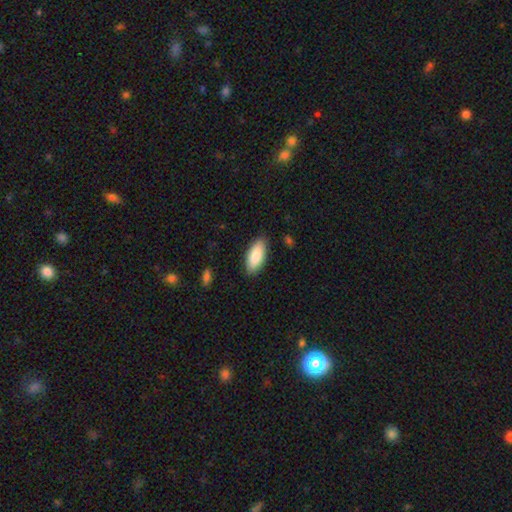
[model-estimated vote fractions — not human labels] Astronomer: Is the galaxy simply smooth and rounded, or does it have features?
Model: smooth — 86%.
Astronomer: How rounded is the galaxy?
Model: in between — 86%.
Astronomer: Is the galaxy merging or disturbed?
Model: none — 87%.